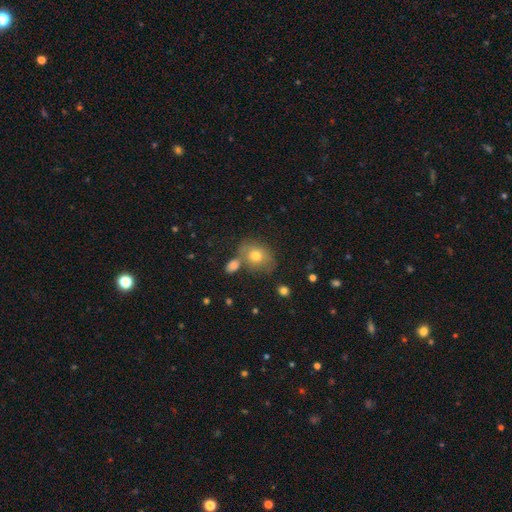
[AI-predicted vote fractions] Smooth or featured?
  - smooth: 72% *
  - featured or disk: 18%
  - star or artifact: 10%
How rounded?
  - in between: 55% *
  - round: 44%
  - cigar-shaped: 1%
Merging?
  - none: 55% *
  - merger: 22%
  - minor disturbance: 16%
  - major disturbance: 6%